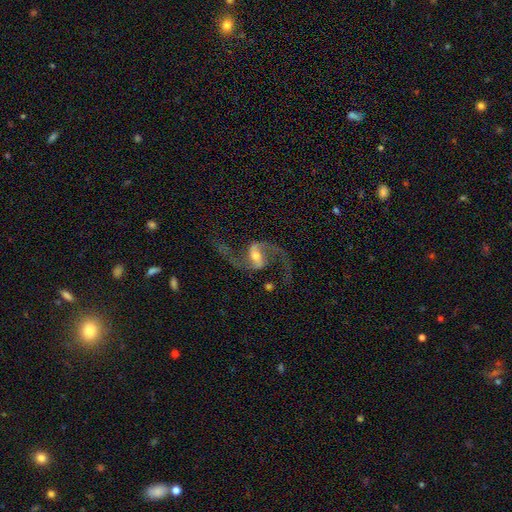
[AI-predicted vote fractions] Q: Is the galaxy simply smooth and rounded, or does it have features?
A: featured or disk — 92%.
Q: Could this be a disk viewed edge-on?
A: no — 97%.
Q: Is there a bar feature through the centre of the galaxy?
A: weak — 44%.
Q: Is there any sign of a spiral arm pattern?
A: yes — 98%.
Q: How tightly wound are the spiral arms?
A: loose — 76%.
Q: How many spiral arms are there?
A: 2 — 95%.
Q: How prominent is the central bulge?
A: moderate — 63%.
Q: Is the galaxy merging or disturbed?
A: none — 74%.